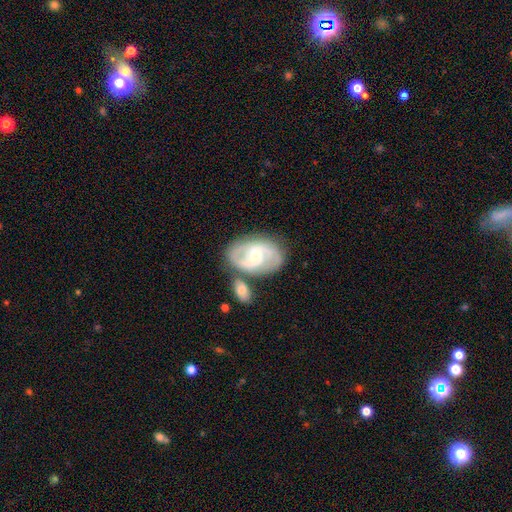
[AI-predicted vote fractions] Q: Smooth or featured?
A: featured or disk (80%); runner-up: smooth (15%)
Q: Edge-on disk?
A: no (97%); runner-up: yes (3%)
Q: Bar?
A: weak (51%); runner-up: no (33%)
Q: Spiral arms?
A: yes (92%); runner-up: no (8%)
Q: Spiral winding?
A: medium (53%); runner-up: tight (28%)
Q: Spiral arm count?
A: 2 (84%); runner-up: can't tell (8%)
Q: Bulge size?
A: small (49%); runner-up: moderate (46%)
Q: Merging?
A: none (59%); runner-up: merger (20%)